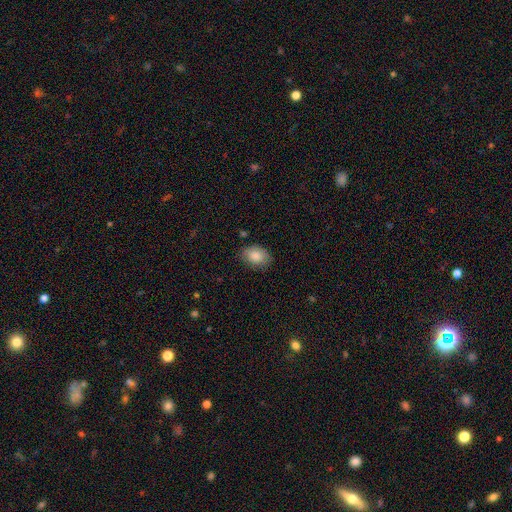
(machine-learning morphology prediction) smooth-or-featured: smooth: 86% | featured or disk: 8% | star or artifact: 7%
  how-rounded: in between: 78% | round: 21% | cigar-shaped: 1%
  merging: none: 78% | minor disturbance: 17% | major disturbance: 4% | merger: 1%